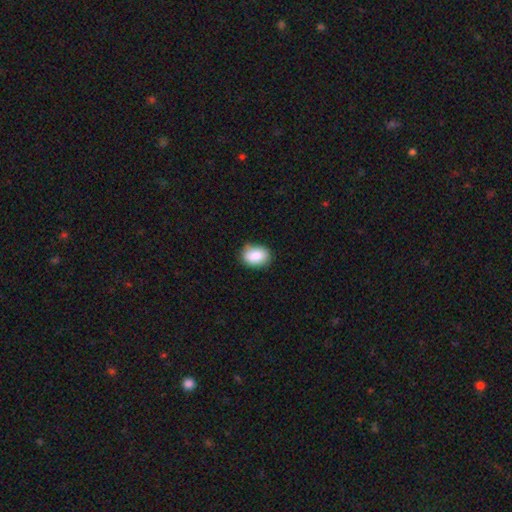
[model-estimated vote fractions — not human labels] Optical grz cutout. It shows a smooth galaxy with no disk features (87%) that is in between round and cigar-shaped (74%). Merging: none (78%).